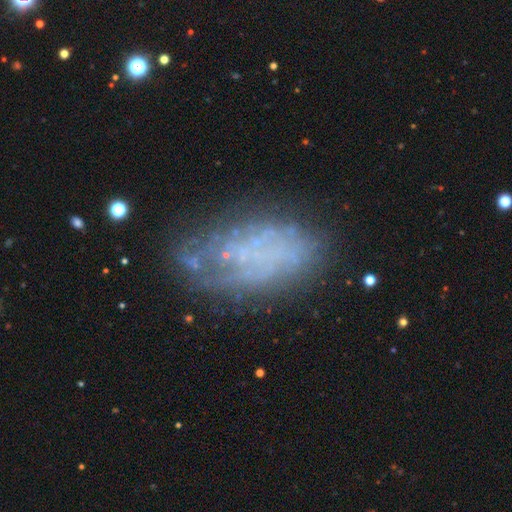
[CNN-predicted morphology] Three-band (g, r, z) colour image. It shows a featured or disk galaxy (57%) with no bar (91%), no spiral arms (75%) and no central bulge (84%). Merging: none (58%).